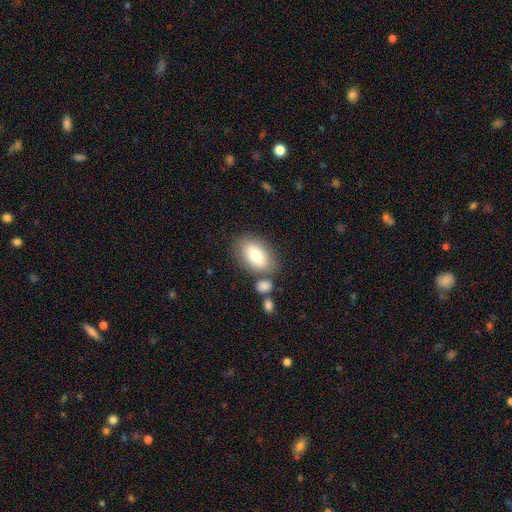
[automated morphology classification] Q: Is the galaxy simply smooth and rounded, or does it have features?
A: smooth — 78%.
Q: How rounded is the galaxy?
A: in between — 90%.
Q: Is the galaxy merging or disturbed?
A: none — 70%.